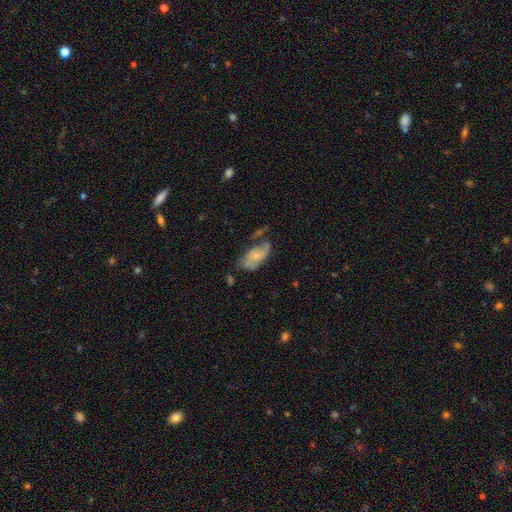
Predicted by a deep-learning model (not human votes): Morphology: type=featured or disk (54%); edge-on=no (94%); bar=no (75%); spiral arms=yes (74%); bulge=small (61%); merging=none (39%).